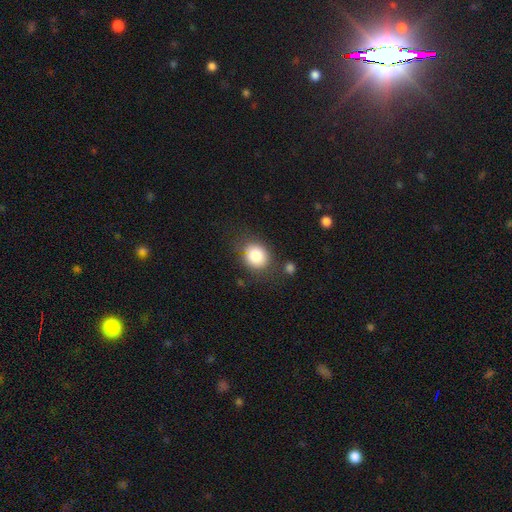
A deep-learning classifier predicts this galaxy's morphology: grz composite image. It shows a smooth galaxy with no disk features (83%) that is round (70%). Merging: none (72%).